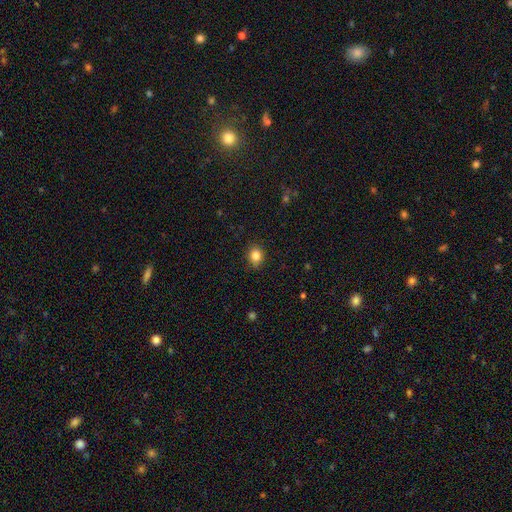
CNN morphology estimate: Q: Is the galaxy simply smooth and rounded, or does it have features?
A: smooth — 84%.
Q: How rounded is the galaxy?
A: round — 66%.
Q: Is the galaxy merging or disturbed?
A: none — 86%.